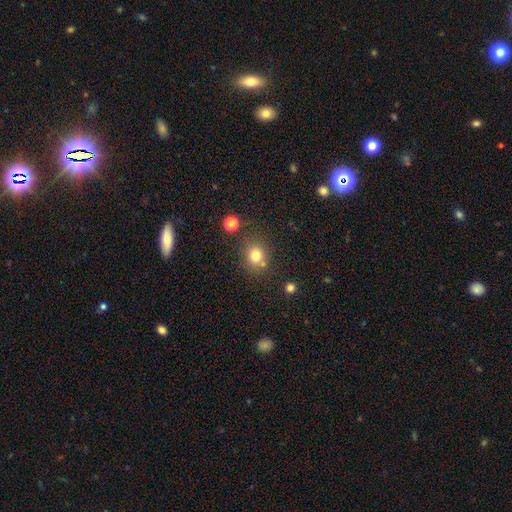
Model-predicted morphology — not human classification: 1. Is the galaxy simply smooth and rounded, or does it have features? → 78% smooth, 14% star or artifact, 9% featured or disk.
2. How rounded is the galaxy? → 76% round, 23% in between, 1% cigar-shaped.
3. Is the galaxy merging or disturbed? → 72% none, 12% minor disturbance, 12% merger, 4% major disturbance.